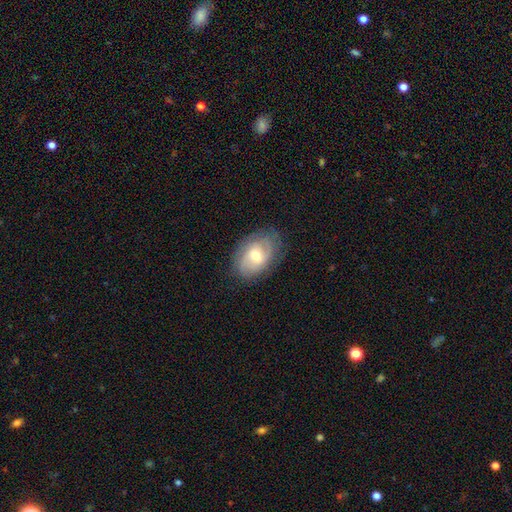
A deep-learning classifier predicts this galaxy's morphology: smooth-or-featured: featured or disk: 60% | smooth: 33% | star or artifact: 7%
  disk-edge-on: no: 94% | yes: 6%
    bar: weak: 45% | no: 44% | strong: 11%
    has-spiral-arms: yes: 77% | no: 23%
    bulge-size: moderate: 72% | small: 17% | large: 8% | none: 1% | dominant: 1%
  merging: none: 76% | minor disturbance: 18% | major disturbance: 6% | merger: 1%